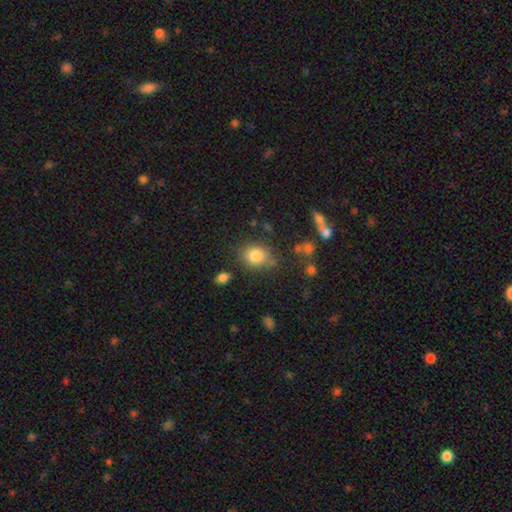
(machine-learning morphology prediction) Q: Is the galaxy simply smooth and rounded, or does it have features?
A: smooth — 82%.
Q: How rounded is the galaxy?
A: round — 52%.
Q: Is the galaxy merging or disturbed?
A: none — 69%.